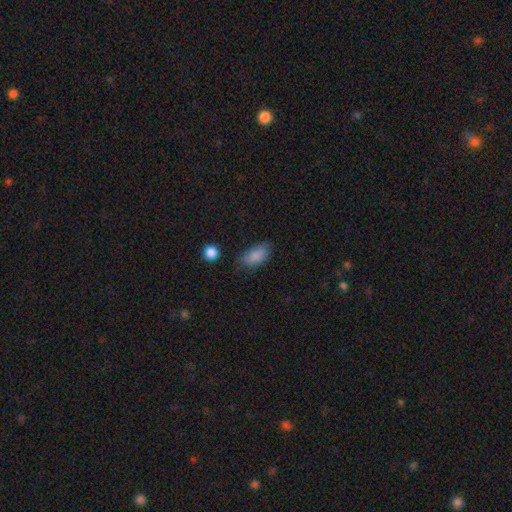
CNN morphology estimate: The model was most divided on "merging": none: 74%, minor disturbance: 19%, major disturbance: 5%, merger: 2%. More confident: how rounded — in between (91%); smooth or featured — smooth (86%).